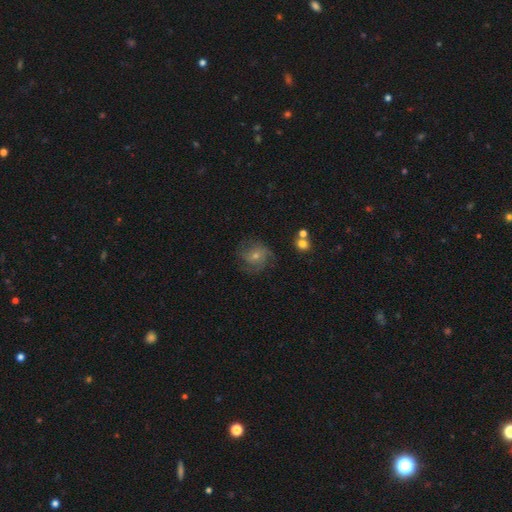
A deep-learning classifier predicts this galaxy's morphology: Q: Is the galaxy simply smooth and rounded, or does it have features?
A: featured or disk — 60%.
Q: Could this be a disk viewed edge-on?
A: no — 97%.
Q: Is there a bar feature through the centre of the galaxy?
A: no — 69%.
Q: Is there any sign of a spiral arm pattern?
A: yes — 90%.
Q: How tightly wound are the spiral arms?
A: tight — 47%.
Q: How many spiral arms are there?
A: can't tell — 32%.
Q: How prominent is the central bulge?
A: small — 53%.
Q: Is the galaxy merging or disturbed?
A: none — 76%.